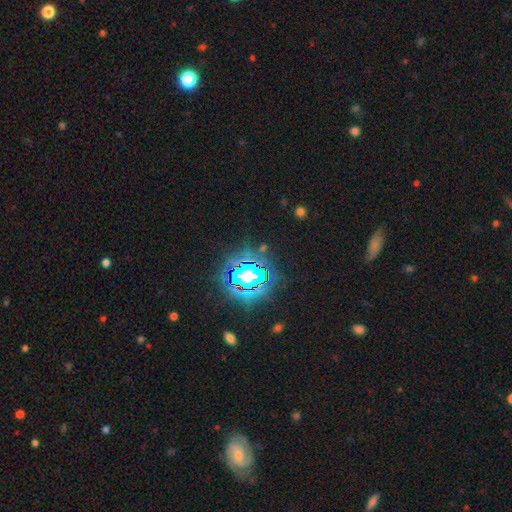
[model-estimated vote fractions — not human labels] A star or artifact, not a galaxy (82%).

Vote fractions:
- Smooth or featured? star or artifact: 82% / smooth: 11% / featured or disk: 7%